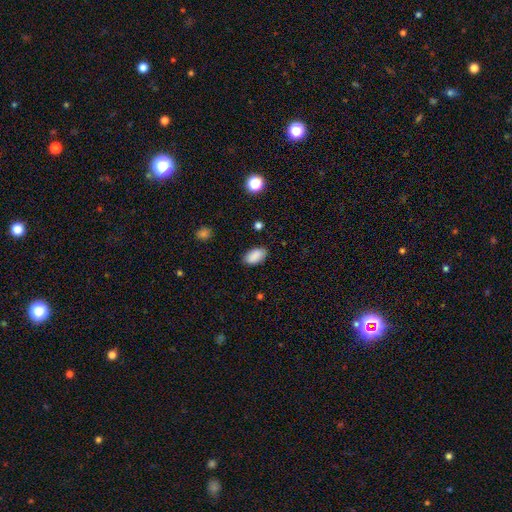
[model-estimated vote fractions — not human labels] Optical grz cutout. It shows a smooth galaxy with no disk features (89%) that is in between round and cigar-shaped (94%). Merging: none (85%).